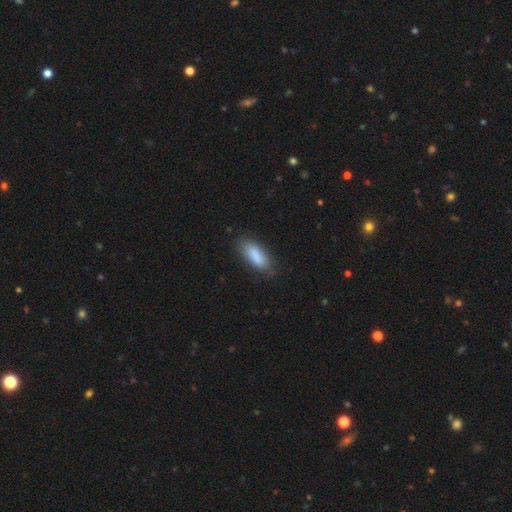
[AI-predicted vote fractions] smooth_or_featured: smooth (p=0.86) [alt: featured or disk p=0.07]
how_rounded: in between (p=0.74) [alt: cigar-shaped p=0.24]
merging: none (p=0.76) [alt: minor disturbance p=0.18]